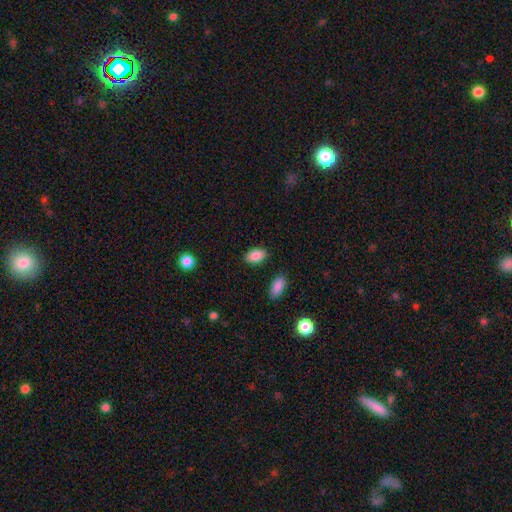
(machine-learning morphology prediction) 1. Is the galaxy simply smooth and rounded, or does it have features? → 88% smooth, 7% star or artifact, 5% featured or disk.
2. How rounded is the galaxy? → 91% in between, 7% round, 2% cigar-shaped.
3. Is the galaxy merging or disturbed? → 86% none, 10% minor disturbance, 2% major disturbance, 2% merger.